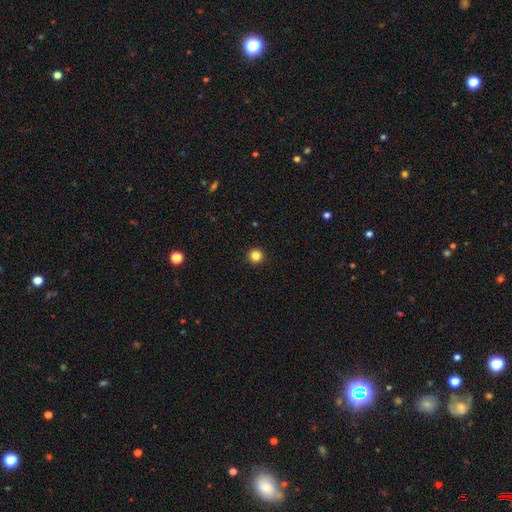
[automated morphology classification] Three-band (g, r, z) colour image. It shows a smooth galaxy with no disk features (84%) that is round (96%). Merging: none (94%).